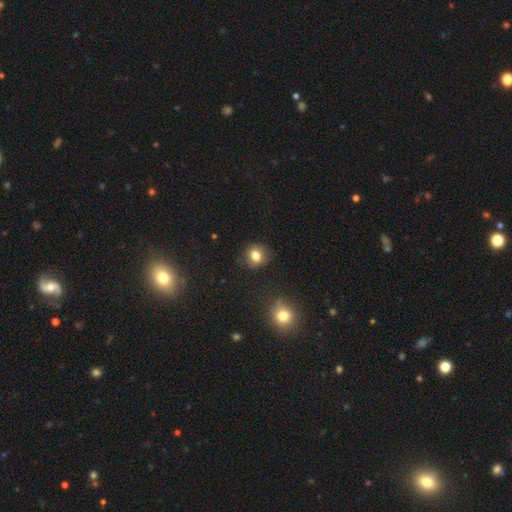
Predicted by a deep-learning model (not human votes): Smooth or featured? smooth (81%)
How rounded? round (81%)
Merging? none (86%)